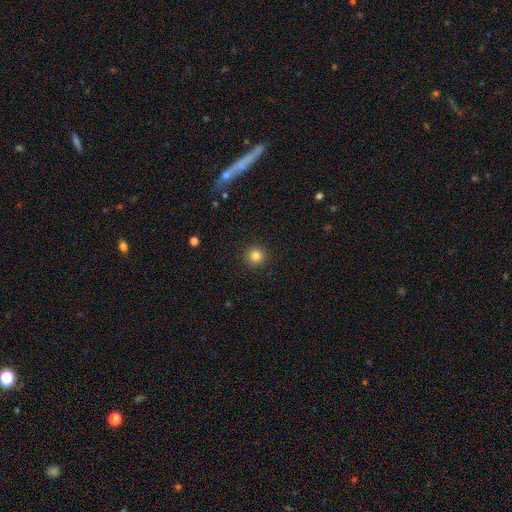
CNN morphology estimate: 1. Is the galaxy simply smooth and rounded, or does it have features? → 83% smooth, 12% star or artifact, 5% featured or disk.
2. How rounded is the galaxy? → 95% round, 4% in between, 1% cigar-shaped.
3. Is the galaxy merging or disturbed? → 92% none, 5% minor disturbance, 2% major disturbance, 1% merger.